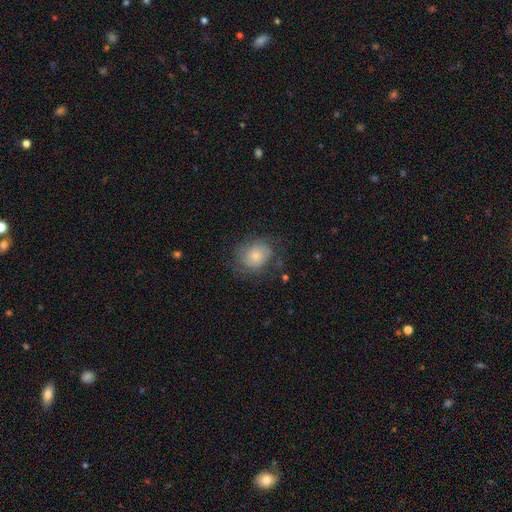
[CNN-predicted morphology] Overall: smooth (68%). How rounded: round (60%; in between 39%). Merging: none (58%; minor disturbance 24%).